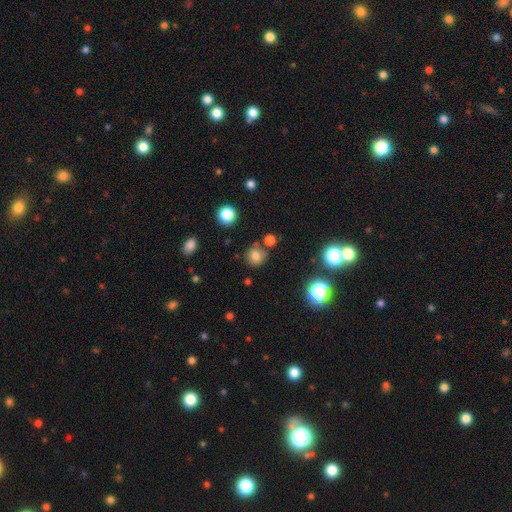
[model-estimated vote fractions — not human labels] Smooth or featured? smooth (74%)
How rounded? round (82%)
Merging? none (72%)